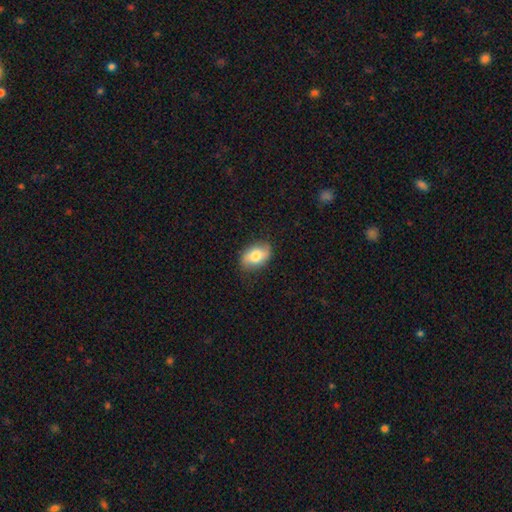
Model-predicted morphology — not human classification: This is likely a smooth galaxy (71%). How rounded: clearly in between (86%). Merging: clearly none (82%).